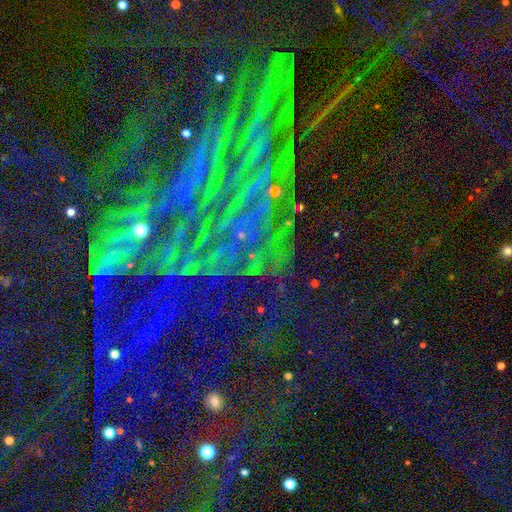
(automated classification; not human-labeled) A star or artifact, not a galaxy (84%).

Vote fractions:
- Smooth or featured? star or artifact: 84% / featured or disk: 9% / smooth: 7%